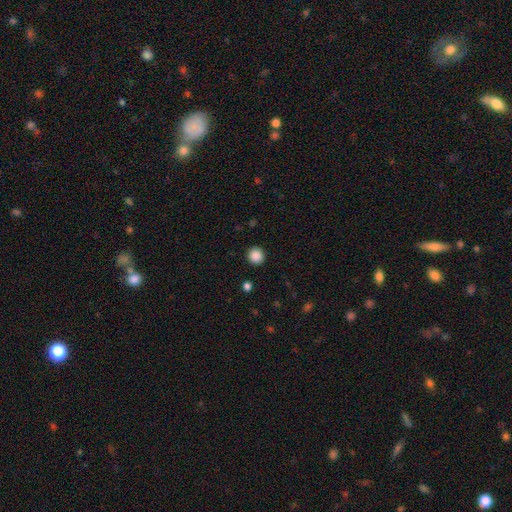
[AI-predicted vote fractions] This appears to be a smooth galaxy with no disk features (88%) that is round (92%). Merging: none (92%).